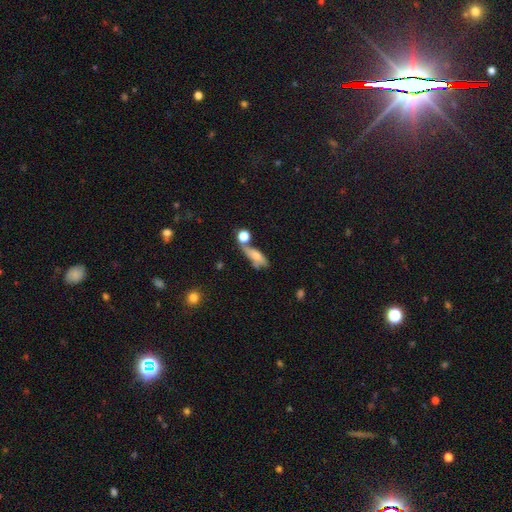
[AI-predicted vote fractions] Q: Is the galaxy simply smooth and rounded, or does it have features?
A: smooth — 60%.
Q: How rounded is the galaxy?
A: in between — 62%.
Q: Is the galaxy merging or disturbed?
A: none — 35%.